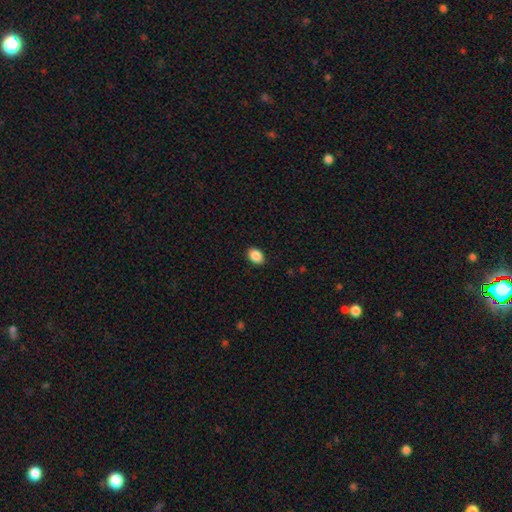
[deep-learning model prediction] A smooth galaxy with no disk features (89%) that is in between round and cigar-shaped (78%). Merging: none (90%).